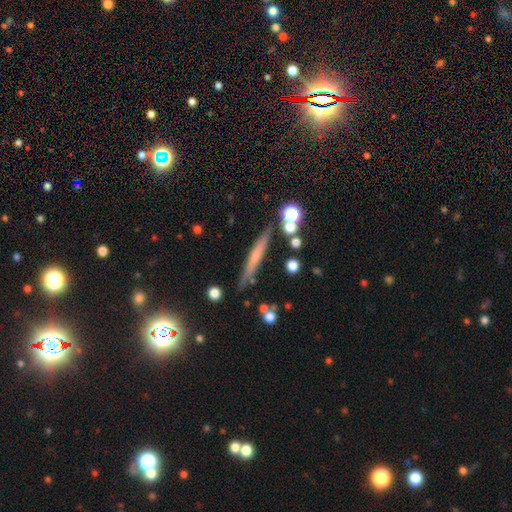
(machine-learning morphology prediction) Smooth or featured: smooth — 46% (featured or disk — 43%)
Merging: none — 81% (minor disturbance — 11%)